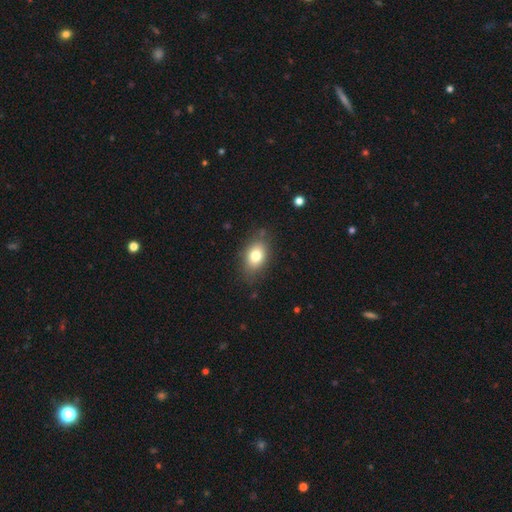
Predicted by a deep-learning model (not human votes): This is likely a smooth galaxy (78%). How rounded: clearly in between (81%). Merging: likely none (79%).